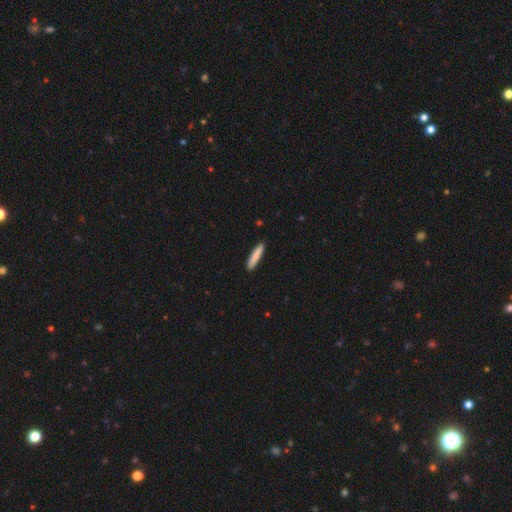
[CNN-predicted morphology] smooth 86%, featured or disk 8%, star or artifact 6%. Down the decision tree: how rounded — cigar-shaped (89%); merging — none (91%).